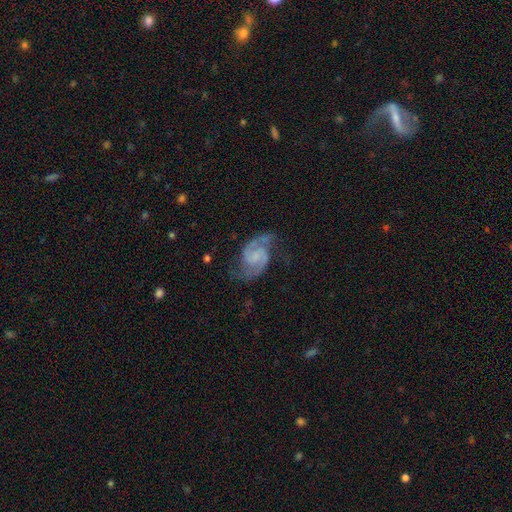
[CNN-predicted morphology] Smooth or featured?
  - featured or disk: 89% *
  - smooth: 6%
  - star or artifact: 6%
Edge-on disk?
  - no: 98% *
  - yes: 2%
Bar?
  - no: 44% *
  - weak: 43%
  - strong: 12%
Spiral arms?
  - yes: 98% *
  - no: 2%
Spiral winding?
  - medium: 57% *
  - loose: 23%
  - tight: 20%
Spiral arm count?
  - 2: 93% *
  - can't tell: 2%
  - 3: 1%
  - 1: 1%
  - 4: 1%
  - more than 4: 1%
Bulge size?
  - none: 50% *
  - small: 34%
  - moderate: 12%
  - large: 3%
  - dominant: 1%
Merging?
  - none: 73% *
  - minor disturbance: 16%
  - major disturbance: 9%
  - merger: 2%